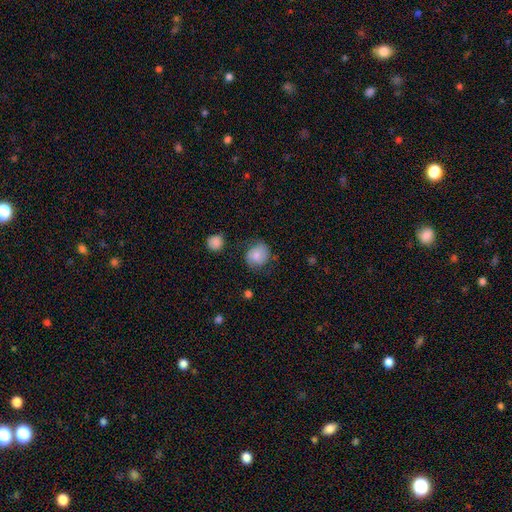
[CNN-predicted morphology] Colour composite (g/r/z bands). It shows a smooth galaxy with no disk features (73%) that is round (75%). Merging: none (66%).